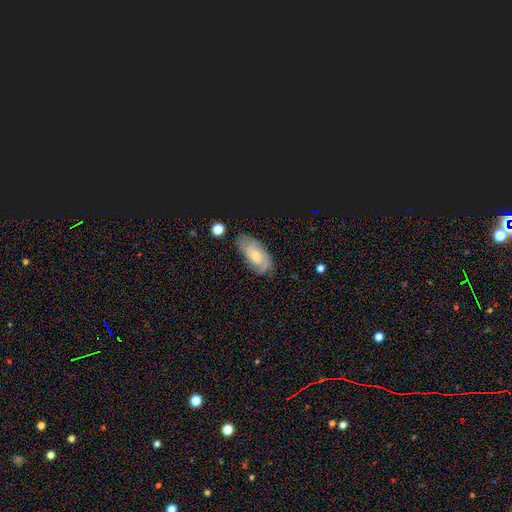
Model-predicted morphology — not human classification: This appears to be a featured or disk galaxy (58%) with no bar (68%), spiral arms (88%) and a small central bulge (69%). Merging: none (69%).